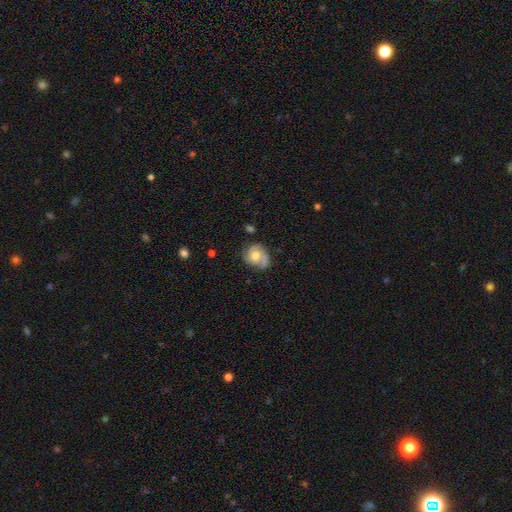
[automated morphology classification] Smooth or featured? featured or disk (53%)
Edge-on disk? no (97%)
Bar? no (72%)
Spiral arms? yes (78%)
Bulge size? moderate (66%)
Merging? none (52%)